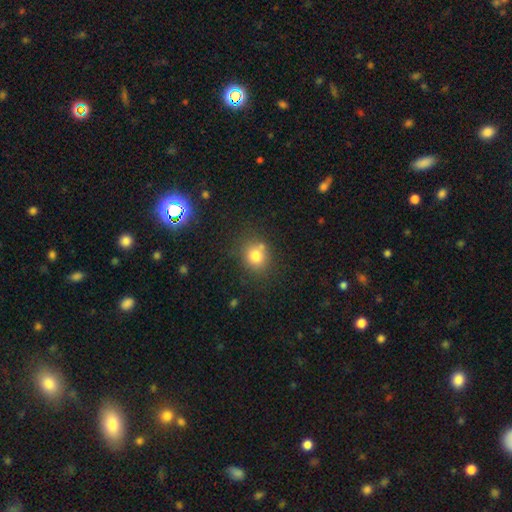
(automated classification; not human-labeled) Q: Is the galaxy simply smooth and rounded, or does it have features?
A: smooth — 77%.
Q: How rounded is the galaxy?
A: round — 78%.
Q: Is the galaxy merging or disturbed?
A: none — 70%.